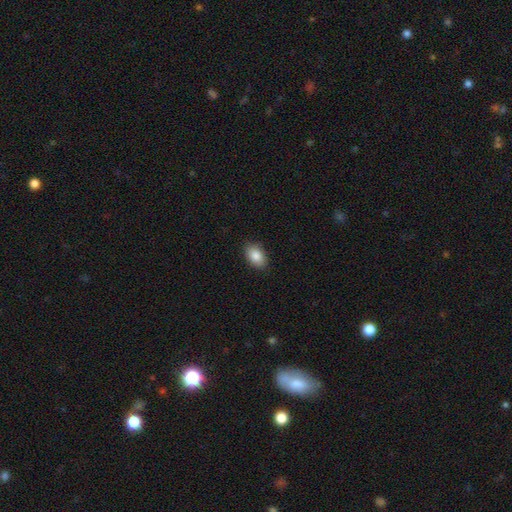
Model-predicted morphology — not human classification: A smooth galaxy with no disk features (86%) that is in between round and cigar-shaped (88%). Merging: none (88%).